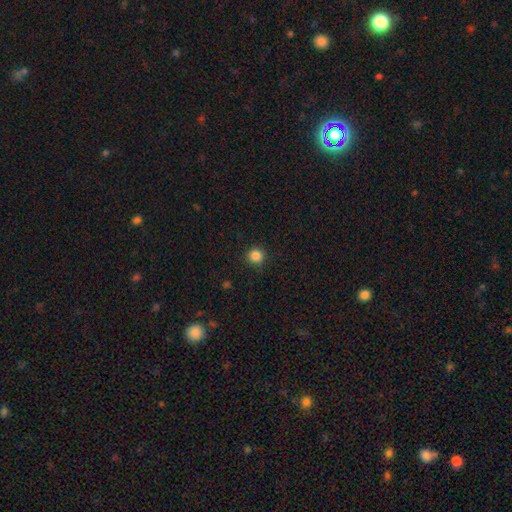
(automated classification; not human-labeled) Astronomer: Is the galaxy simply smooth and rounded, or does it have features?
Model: smooth — 84%.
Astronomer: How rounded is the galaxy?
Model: round — 94%.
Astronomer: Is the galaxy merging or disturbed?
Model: none — 89%.